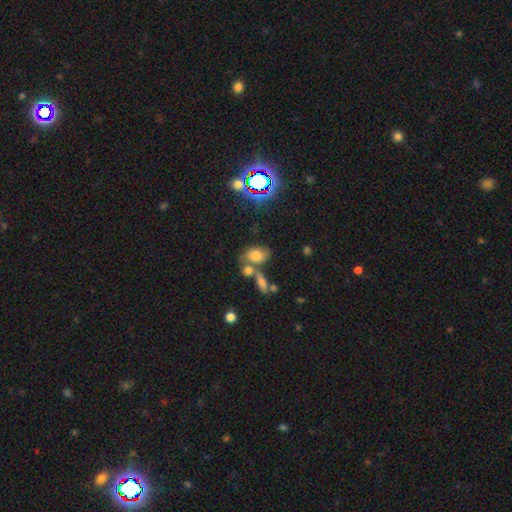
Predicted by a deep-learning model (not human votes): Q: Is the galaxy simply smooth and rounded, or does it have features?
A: smooth — 70%.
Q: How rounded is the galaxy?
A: in between — 79%.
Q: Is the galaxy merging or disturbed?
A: none — 46%.